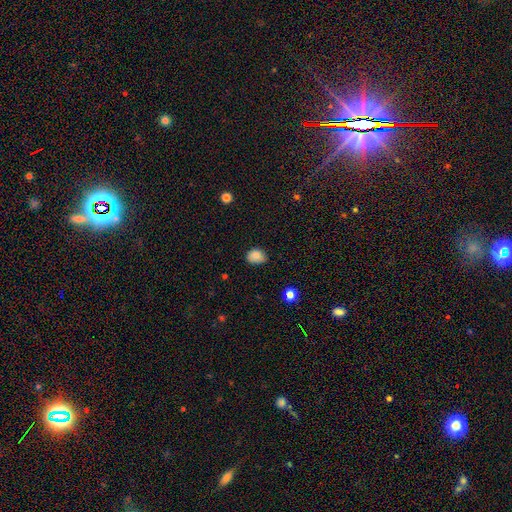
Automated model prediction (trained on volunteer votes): Smooth or featured?
  - smooth: 84% *
  - star or artifact: 10%
  - featured or disk: 6%
How rounded?
  - in between: 57% *
  - round: 42%
  - cigar-shaped: 1%
Merging?
  - none: 69% *
  - minor disturbance: 26%
  - major disturbance: 4%
  - merger: 1%